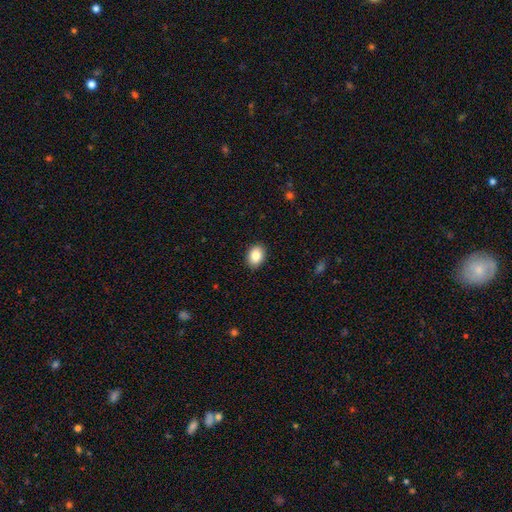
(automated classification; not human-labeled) Smooth or featured? Predicted: smooth (p=0.86). How rounded? Predicted: in between (p=0.70). Merging? Predicted: none (p=0.90).